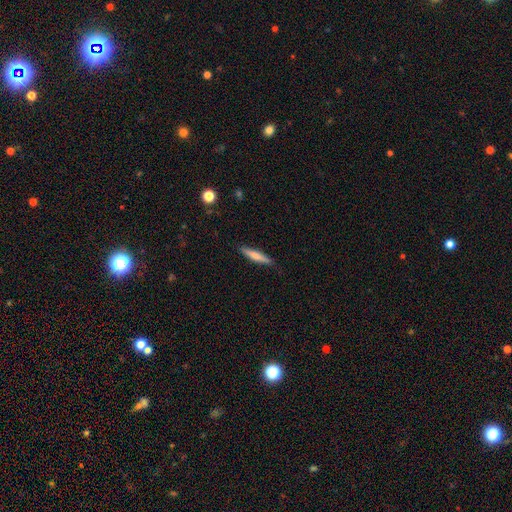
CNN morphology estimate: smooth-or-featured: smooth: 64% | featured or disk: 30% | star or artifact: 6%
  how-rounded: cigar-shaped: 90% | in between: 9% | round: 1%
  merging: none: 87% | minor disturbance: 10% | major disturbance: 2% | merger: 1%